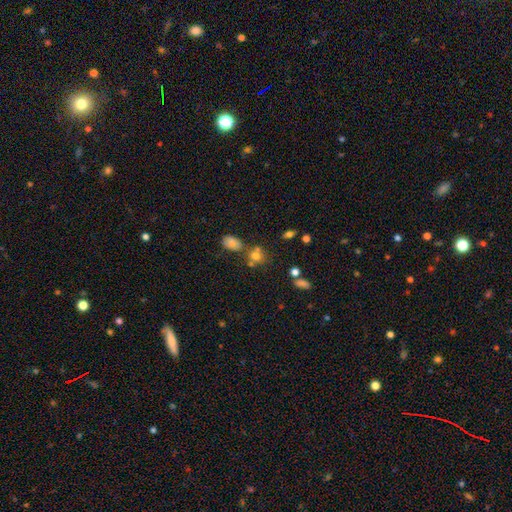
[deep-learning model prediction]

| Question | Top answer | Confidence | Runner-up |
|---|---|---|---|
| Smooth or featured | smooth | 73% | star or artifact (16%) |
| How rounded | round | 71% | in between (28%) |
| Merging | none | 53% | merger (29%) |